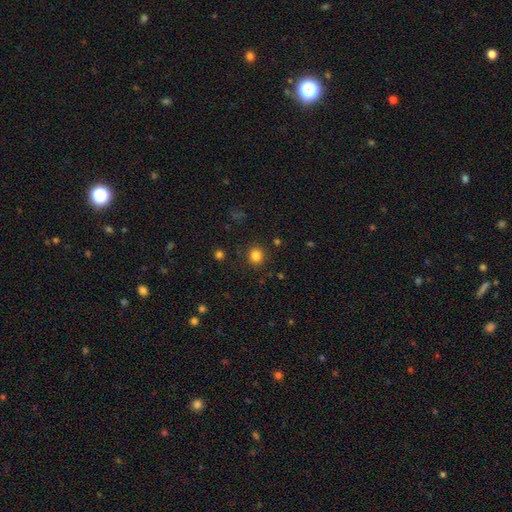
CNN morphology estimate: Smooth or featured? smooth (83%)
How rounded? round (88%)
Merging? none (88%)